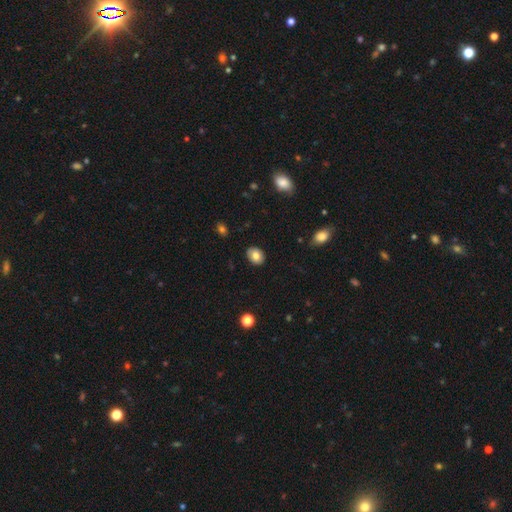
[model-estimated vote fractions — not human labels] smooth_or_featured: smooth (p=0.79) [alt: featured or disk p=0.12]
how_rounded: in between (p=0.58) [alt: round p=0.41]
merging: none (p=0.88) [alt: minor disturbance p=0.09]